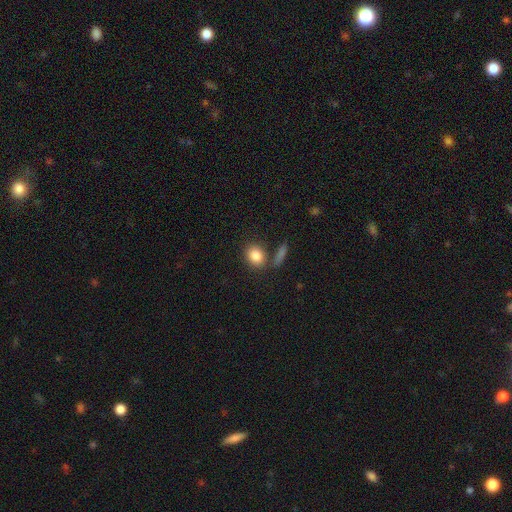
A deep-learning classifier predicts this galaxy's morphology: A smooth galaxy with no disk features (85%) that is round (51%). Merging: none (71%).